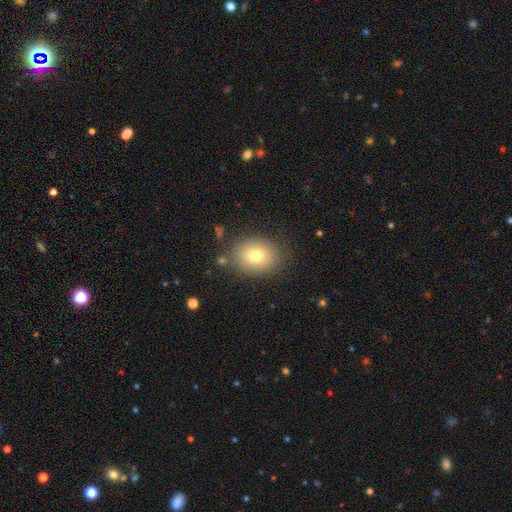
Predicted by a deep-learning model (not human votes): Smooth or featured? Predicted: smooth (p=0.77). How rounded? Predicted: in between (p=0.52). Merging? Predicted: none (p=0.81).